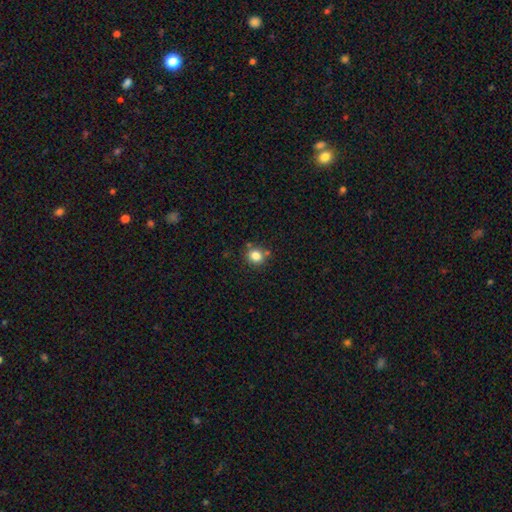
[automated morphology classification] Overall: smooth (82%). How rounded: round (78%). Merging: none (75%).